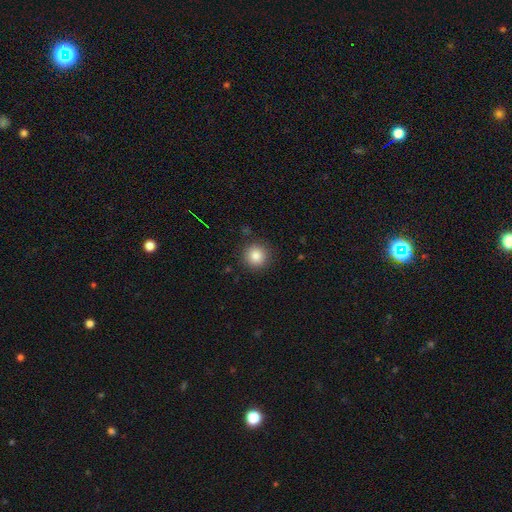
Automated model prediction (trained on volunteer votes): smooth-or-featured: smooth: 85% | star or artifact: 10% | featured or disk: 5%
  how-rounded: round: 94% | in between: 5% | cigar-shaped: 1%
  merging: none: 89% | minor disturbance: 7% | major disturbance: 2% | merger: 1%